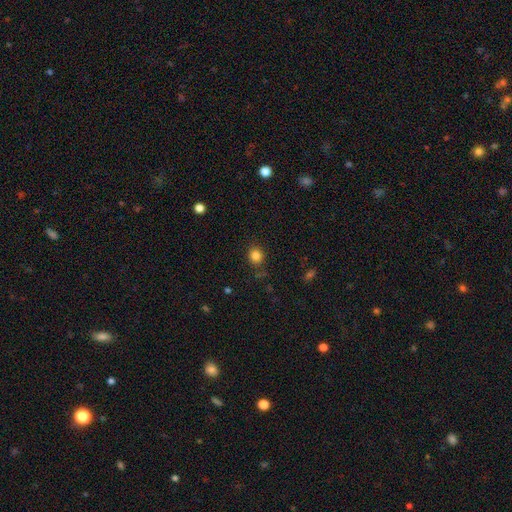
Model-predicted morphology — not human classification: Q: Smooth or featured?
A: smooth (83%); runner-up: star or artifact (12%)
Q: How rounded?
A: round (79%); runner-up: in between (20%)
Q: Merging?
A: none (84%); runner-up: minor disturbance (10%)